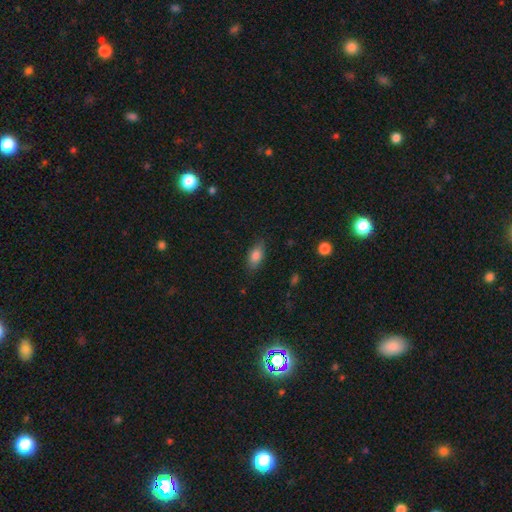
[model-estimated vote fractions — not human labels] This appears to be a smooth galaxy with no disk features (82%) that is in between round and cigar-shaped (86%). Merging: none (81%).